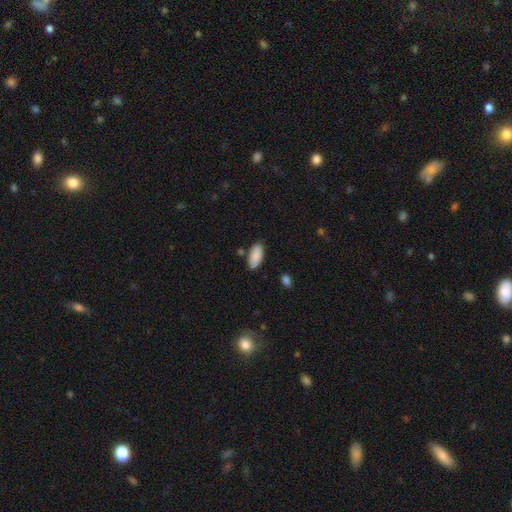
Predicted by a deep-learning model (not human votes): A smooth galaxy with no disk features (89%) that is in between round and cigar-shaped (88%).

Vote fractions:
- Smooth or featured? smooth: 89% / star or artifact: 6% / featured or disk: 5%
- How rounded? in between: 88% / cigar-shaped: 10% / round: 2%
- Merging? none: 82% / minor disturbance: 12% / merger: 4% / major disturbance: 2%